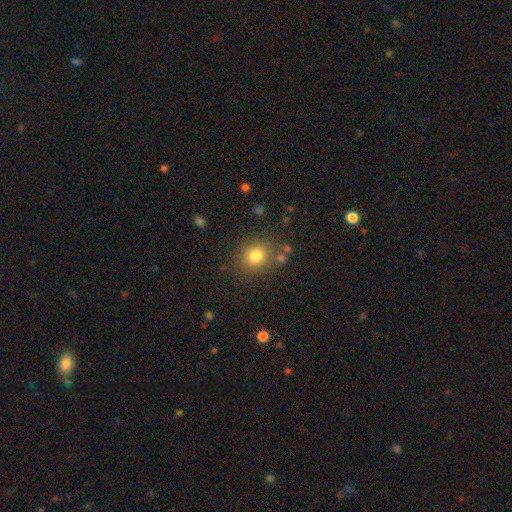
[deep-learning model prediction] A smooth galaxy with no disk features (79%) that is round (78%). Merging: none (79%).